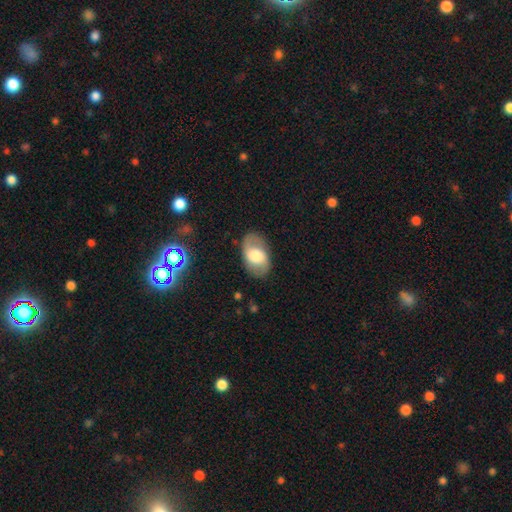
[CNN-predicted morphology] Smooth or featured?
  - featured or disk: 47% *
  - smooth: 46%
  - star or artifact: 7%
Merging?
  - none: 78% *
  - minor disturbance: 15%
  - major disturbance: 6%
  - merger: 1%